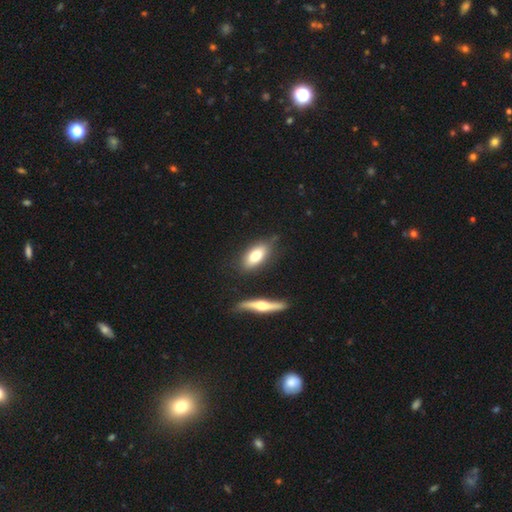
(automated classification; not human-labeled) Smooth or featured?
  - smooth: 73% *
  - featured or disk: 20%
  - star or artifact: 7%
How rounded?
  - in between: 84% *
  - cigar-shaped: 12%
  - round: 4%
Merging?
  - none: 75% *
  - minor disturbance: 15%
  - merger: 7%
  - major disturbance: 4%